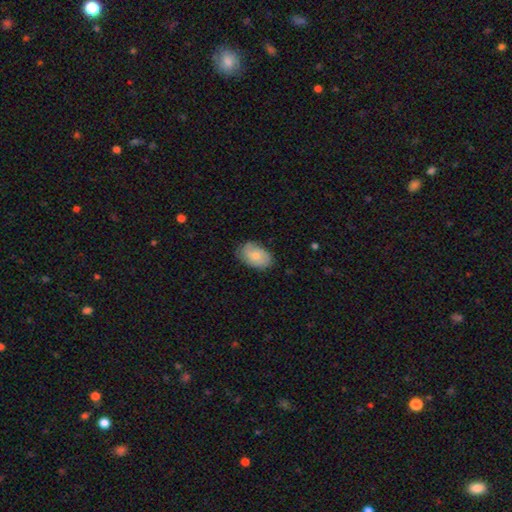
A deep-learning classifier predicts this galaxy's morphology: Smooth or featured?
  - smooth: 58% *
  - featured or disk: 35%
  - star or artifact: 7%
How rounded?
  - in between: 86% *
  - round: 12%
  - cigar-shaped: 1%
Merging?
  - none: 73% *
  - minor disturbance: 21%
  - major disturbance: 5%
  - merger: 1%